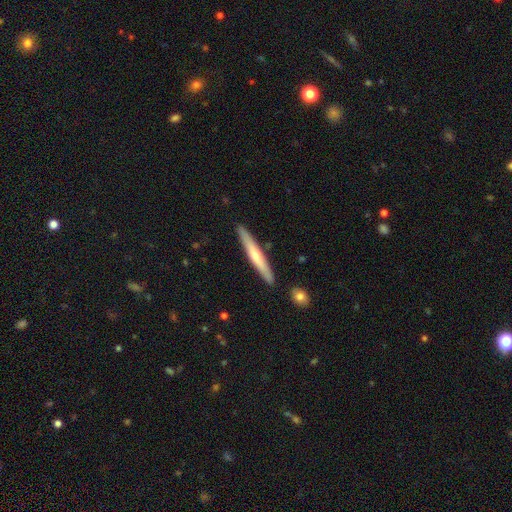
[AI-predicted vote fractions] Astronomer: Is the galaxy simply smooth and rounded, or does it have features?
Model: smooth — 51% (runner-up: featured or disk, 44%).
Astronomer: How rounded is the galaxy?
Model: cigar-shaped — 95%.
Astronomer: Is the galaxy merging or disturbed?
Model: none — 89%.